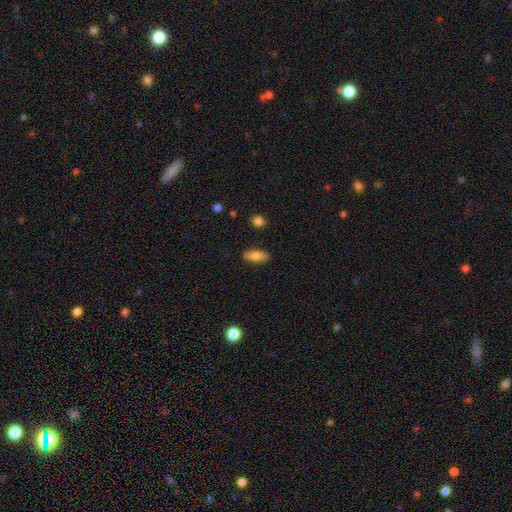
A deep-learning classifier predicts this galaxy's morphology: smooth 79%, featured or disk 14%, star or artifact 7%. Down the decision tree: how rounded — in between (74%); merging — none (87%).